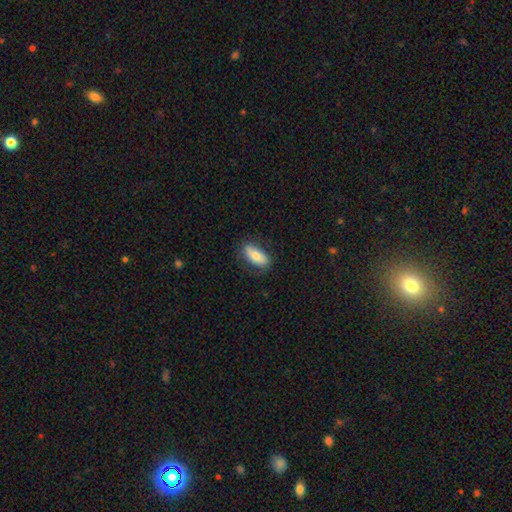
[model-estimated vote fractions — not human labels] Overall: smooth (73%). How rounded: in between (82%). Merging: none (77%).